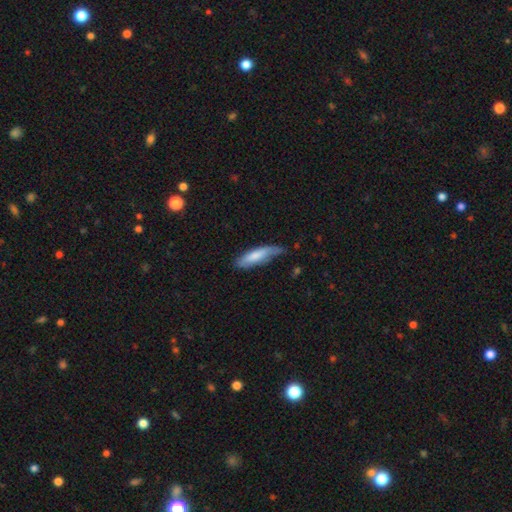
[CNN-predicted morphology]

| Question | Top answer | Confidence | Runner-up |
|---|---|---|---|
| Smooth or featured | smooth | 73% | featured or disk (22%) |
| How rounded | cigar-shaped | 62% | in between (36%) |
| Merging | none | 56% | minor disturbance (34%) |